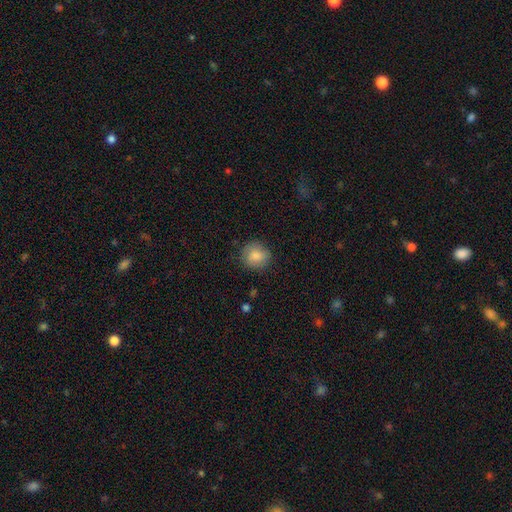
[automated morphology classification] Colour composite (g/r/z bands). It shows a smooth galaxy with no disk features (83%) that is round (83%). Merging: none (79%).